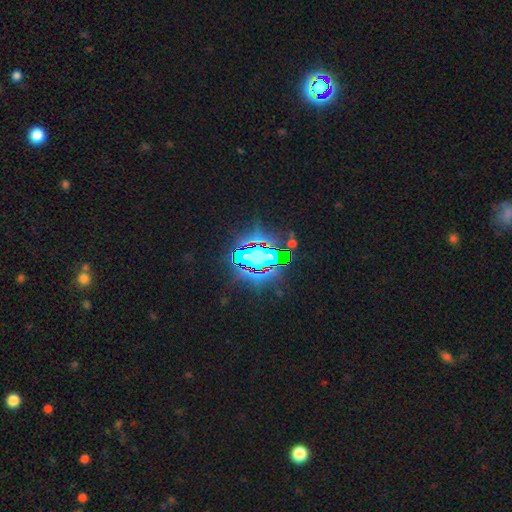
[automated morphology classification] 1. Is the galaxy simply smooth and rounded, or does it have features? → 77% star or artifact, 12% featured or disk, 11% smooth.